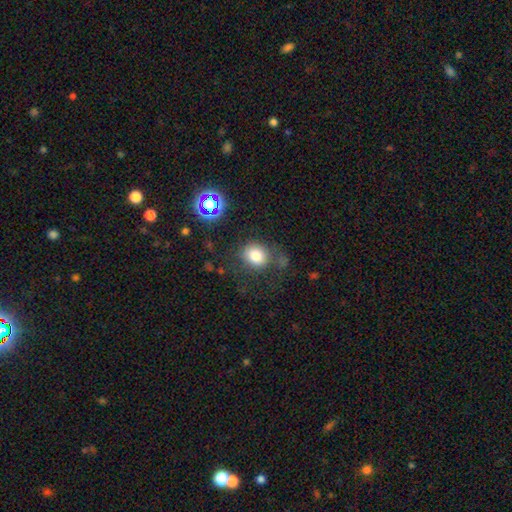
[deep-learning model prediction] A smooth galaxy with no disk features (79%) that is round (63%).

Vote fractions:
- Smooth or featured? smooth: 79% / star or artifact: 12% / featured or disk: 9%
- How rounded? round: 63% / in between: 36% / cigar-shaped: 1%
- Merging? none: 67% / minor disturbance: 17% / major disturbance: 12% / merger: 5%